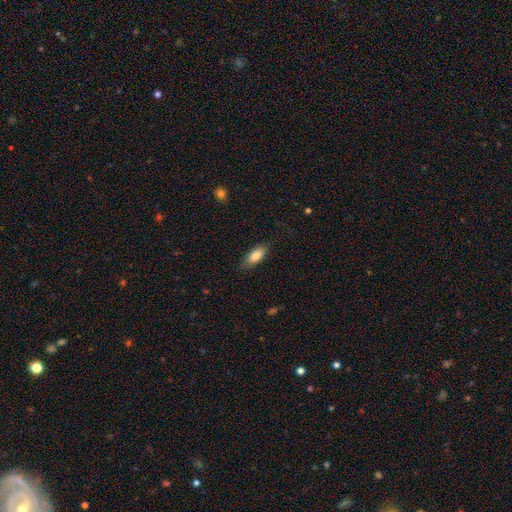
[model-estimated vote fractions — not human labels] Morphology: type=smooth (83%); roundness=in between (79%); merging=none (80%).